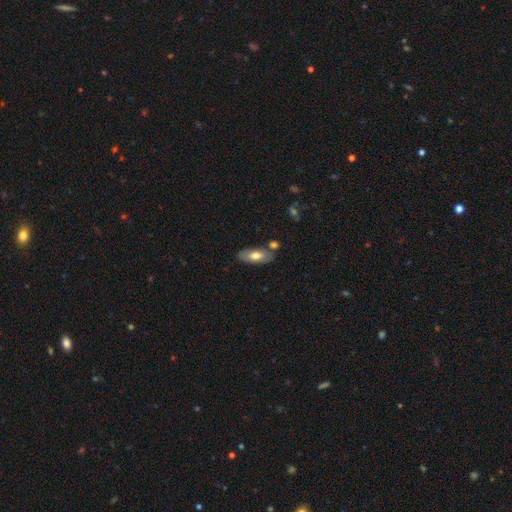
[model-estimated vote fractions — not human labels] A smooth galaxy with no disk features (60%) that is in between round and cigar-shaped (82%).

Vote fractions:
- Smooth or featured? smooth: 60% / featured or disk: 34% / star or artifact: 6%
- How rounded? in between: 82% / cigar-shaped: 15% / round: 3%
- Merging? none: 74% / minor disturbance: 14% / merger: 9% / major disturbance: 3%